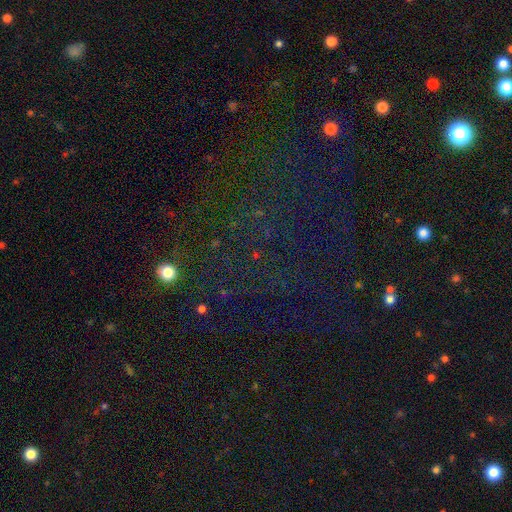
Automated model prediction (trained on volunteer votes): This is likely a star or artifact rather than a galaxy (68%).